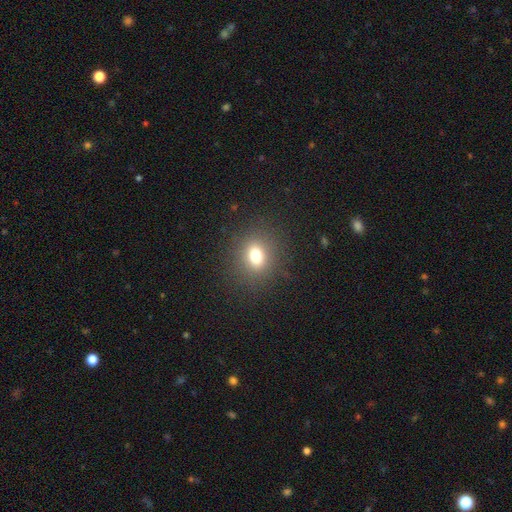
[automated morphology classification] smooth-or-featured: smooth: 74% | star or artifact: 16% | featured or disk: 10%
  how-rounded: round: 59% | in between: 40% | cigar-shaped: 1%
  merging: none: 87% | minor disturbance: 8% | major disturbance: 4% | merger: 1%